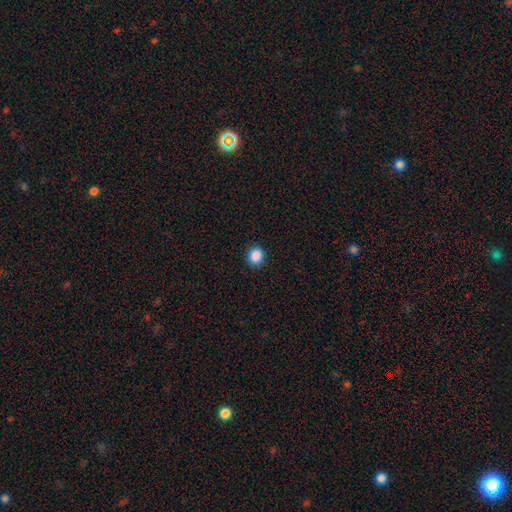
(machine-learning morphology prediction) Q: Smooth or featured?
A: smooth (88%); runner-up: star or artifact (9%)
Q: How rounded?
A: round (74%); runner-up: in between (26%)
Q: Merging?
A: none (90%); runner-up: minor disturbance (7%)